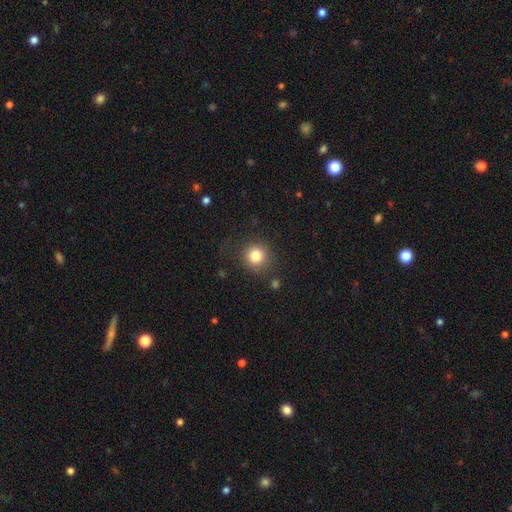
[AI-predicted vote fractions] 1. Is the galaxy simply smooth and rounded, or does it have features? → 82% smooth, 12% star or artifact, 7% featured or disk.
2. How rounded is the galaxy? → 91% round, 8% in between, 1% cigar-shaped.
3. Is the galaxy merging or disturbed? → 82% none, 11% minor disturbance, 5% major disturbance, 2% merger.